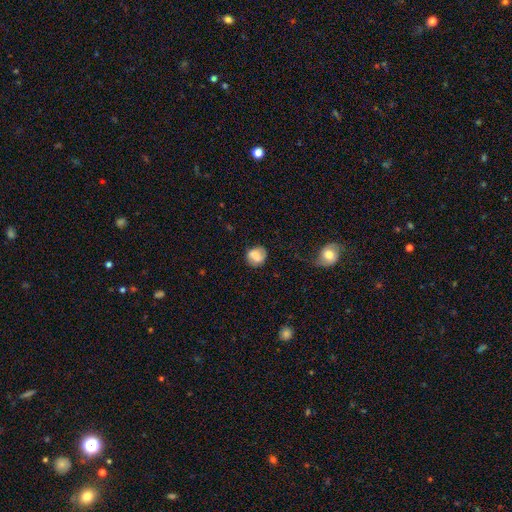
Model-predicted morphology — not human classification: smooth-or-featured: smooth: 70% | featured or disk: 21% | star or artifact: 9%
  how-rounded: round: 73% | in between: 25% | cigar-shaped: 1%
  merging: none: 67% | minor disturbance: 22% | major disturbance: 8% | merger: 3%